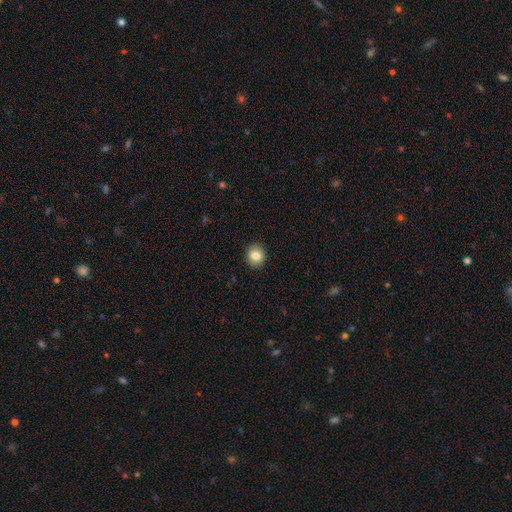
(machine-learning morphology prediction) A smooth galaxy with no disk features (84%) that is round (81%).

Vote fractions:
- Smooth or featured? smooth: 84% / star or artifact: 9% / featured or disk: 7%
- How rounded? round: 81% / in between: 18% / cigar-shaped: 1%
- Merging? none: 91% / minor disturbance: 6% / major disturbance: 2% / merger: 1%